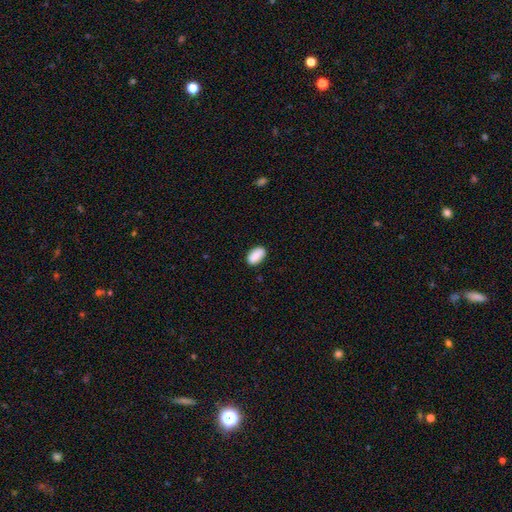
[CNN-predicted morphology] Smooth or featured?
  - smooth: 89% *
  - star or artifact: 7%
  - featured or disk: 4%
How rounded?
  - in between: 93% *
  - round: 5%
  - cigar-shaped: 3%
Merging?
  - none: 85% *
  - minor disturbance: 12%
  - major disturbance: 2%
  - merger: 1%